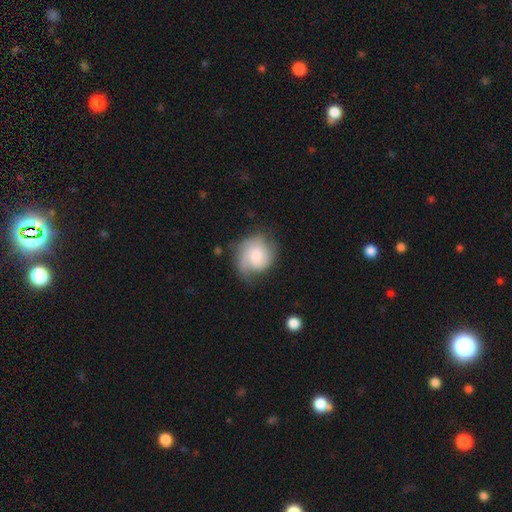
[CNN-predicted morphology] type=featured or disk (56%); edge-on=no (98%); bar=no (71%); spiral arms=yes (89%); bulge=moderate (47%); merging=none (58%).